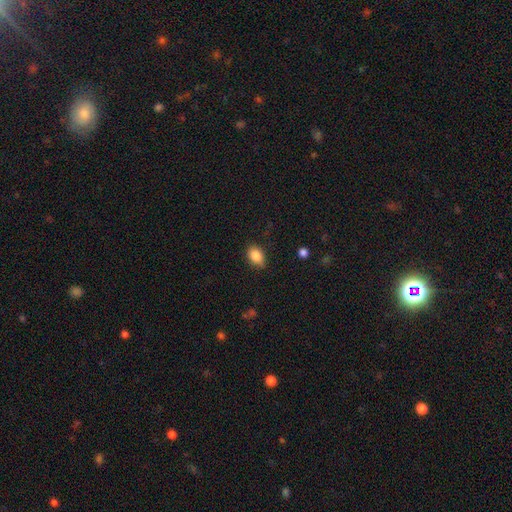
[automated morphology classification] A smooth galaxy with no disk features (87%) that is in between round and cigar-shaped (81%).

Vote fractions:
- Smooth or featured? smooth: 87% / star or artifact: 8% / featured or disk: 5%
- How rounded? in between: 81% / round: 17% / cigar-shaped: 1%
- Merging? none: 76% / minor disturbance: 19% / major disturbance: 4% / merger: 1%